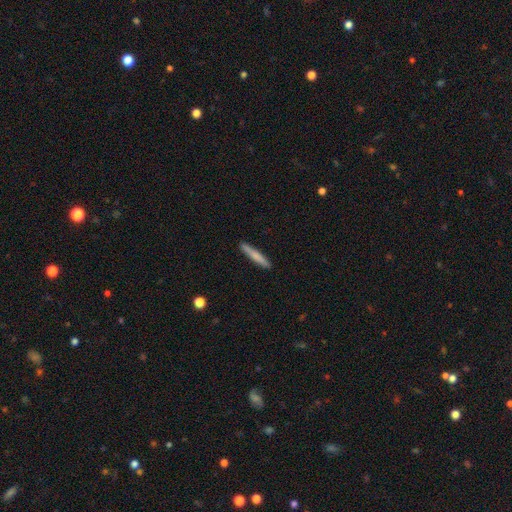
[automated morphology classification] smooth-or-featured: smooth: 73% | featured or disk: 22% | star or artifact: 5%
  how-rounded: cigar-shaped: 95% | in between: 4% | round: 1%
  merging: none: 90% | minor disturbance: 7% | major disturbance: 1% | merger: 1%